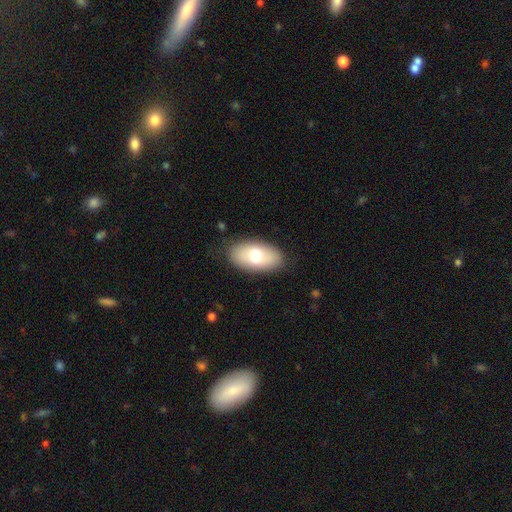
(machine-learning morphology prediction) smooth-or-featured: smooth: 70% | featured or disk: 23% | star or artifact: 7%
  how-rounded: in between: 93% | round: 4% | cigar-shaped: 2%
  merging: none: 84% | minor disturbance: 11% | major disturbance: 3% | merger: 1%